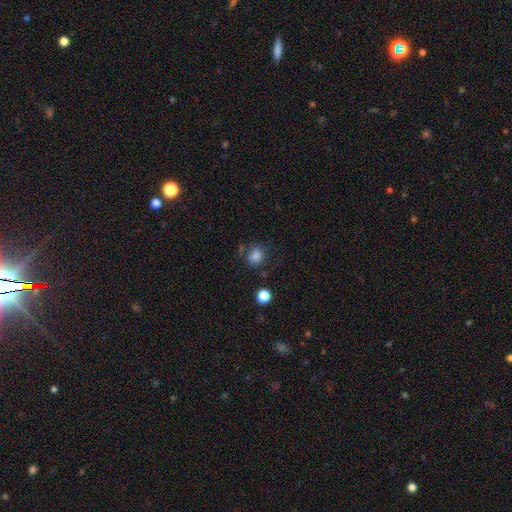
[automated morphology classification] type=smooth (82%); roundness=round (78%); merging=none (73%).